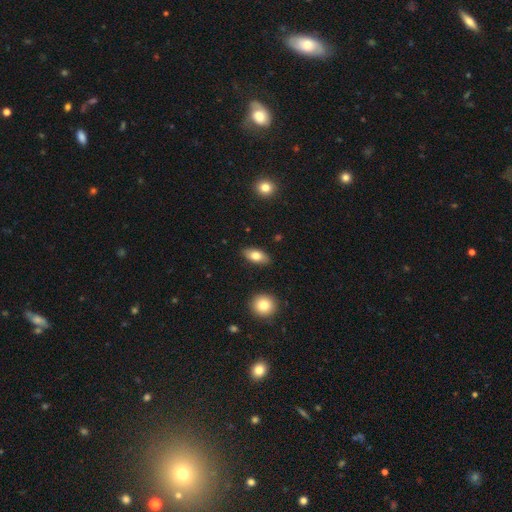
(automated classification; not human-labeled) A smooth galaxy with no disk features (80%) that is in between round and cigar-shaped (89%). Merging: none (87%).